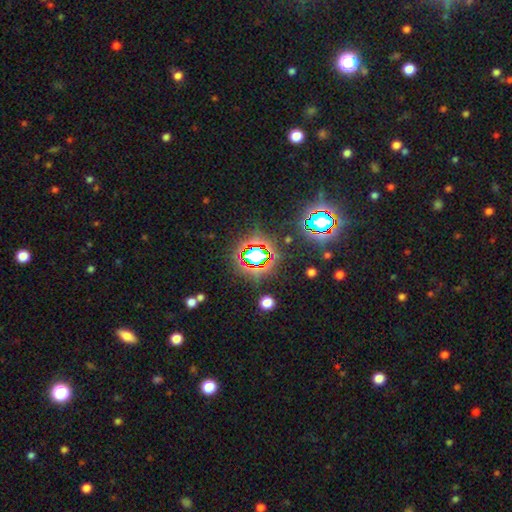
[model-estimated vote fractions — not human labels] Smooth or featured? star or artifact (69%)